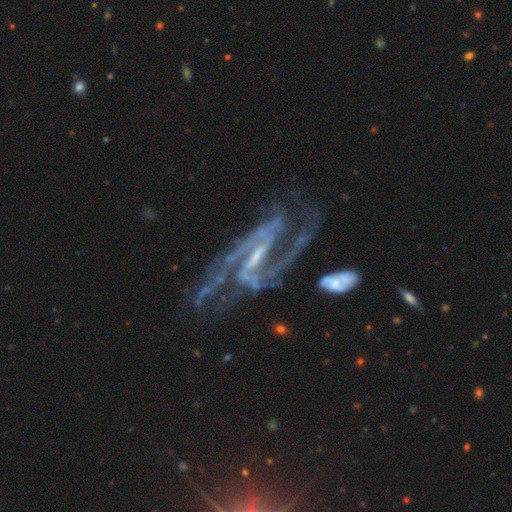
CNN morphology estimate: The model was most divided on "bar": strong: 52%, weak: 36%, no: 12%. More confident: spiral arms — yes (98%); edge-on disk — no (96%); smooth or featured — featured or disk (92%); spiral arm count — 2 (71%); bulge size — small (60%); merging — none (57%); spiral winding — medium (56%).